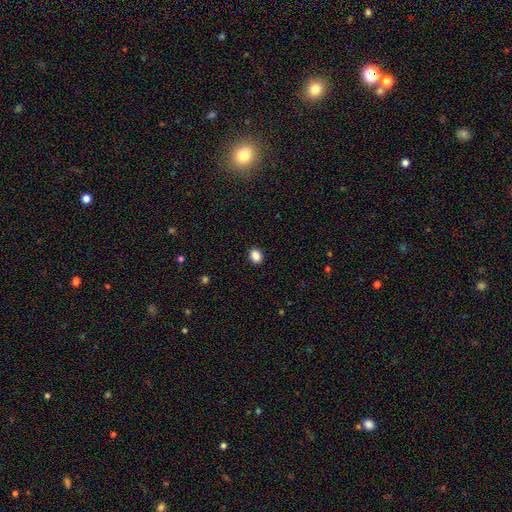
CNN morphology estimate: smooth 87%, star or artifact 10%, featured or disk 4%. Down the decision tree: how rounded — round (52%); merging — none (91%).